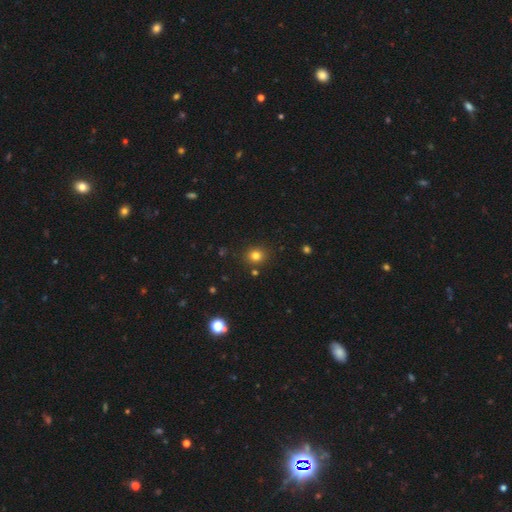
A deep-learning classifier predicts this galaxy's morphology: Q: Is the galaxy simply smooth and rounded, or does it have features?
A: smooth — 79%.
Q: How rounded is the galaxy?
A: round — 78%.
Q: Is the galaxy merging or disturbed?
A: none — 87%.